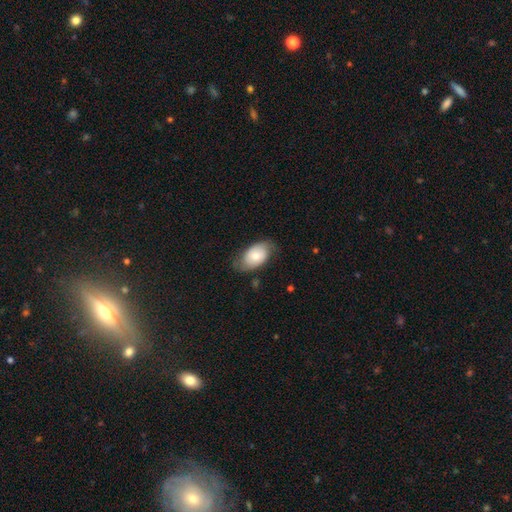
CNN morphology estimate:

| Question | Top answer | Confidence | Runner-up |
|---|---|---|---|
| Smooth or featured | smooth | 62% | featured or disk (31%) |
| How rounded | in between | 91% | round (8%) |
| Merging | none | 68% | minor disturbance (24%) |